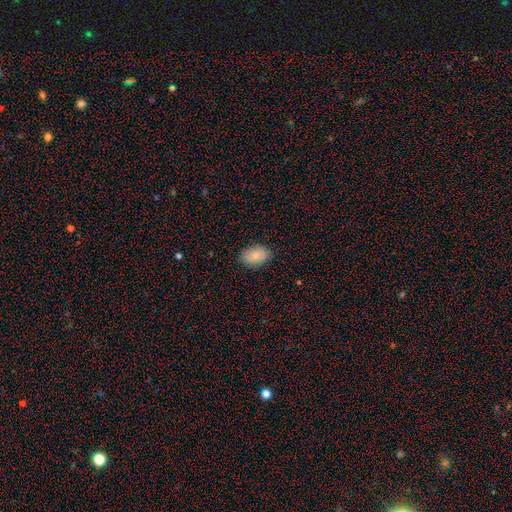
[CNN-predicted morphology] smooth_or_featured: smooth (p=0.85) [alt: featured or disk p=0.07]
how_rounded: in between (p=0.87) [alt: round p=0.12]
merging: none (p=0.86) [alt: minor disturbance p=0.10]